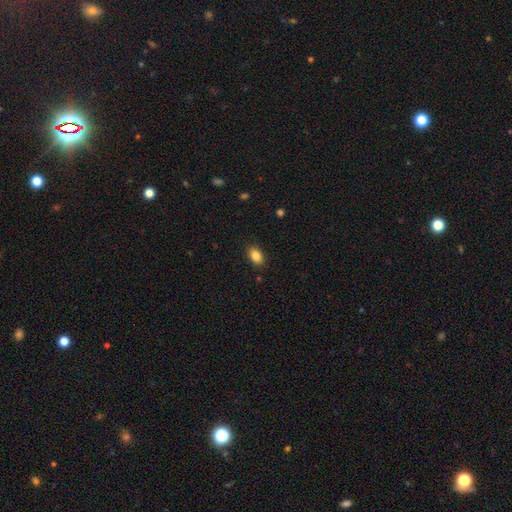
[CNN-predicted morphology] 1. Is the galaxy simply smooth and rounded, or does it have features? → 85% smooth, 9% star or artifact, 6% featured or disk.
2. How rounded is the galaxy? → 86% in between, 13% round, 1% cigar-shaped.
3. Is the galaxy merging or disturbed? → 88% none, 9% minor disturbance, 2% major disturbance, 1% merger.